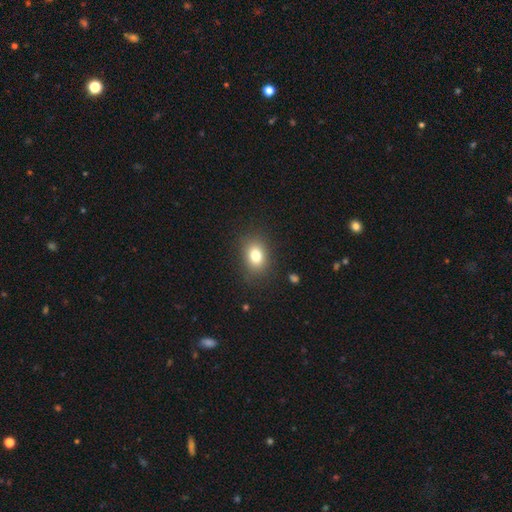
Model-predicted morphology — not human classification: The model was most divided on "how rounded": in between: 62%, round: 37%, cigar-shaped: 1%. More confident: merging — none (85%); smooth or featured — smooth (79%).